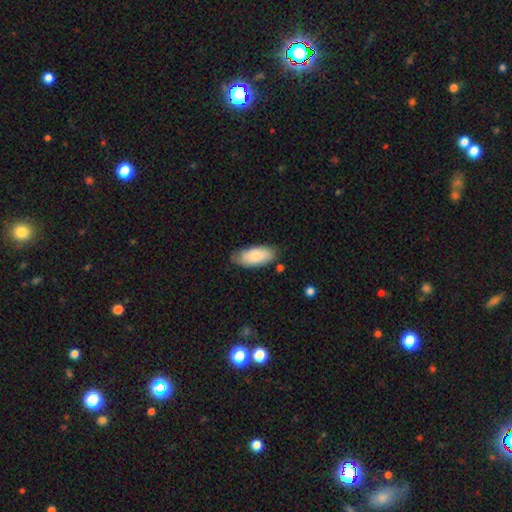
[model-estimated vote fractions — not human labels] The model was most divided on "merging": none: 74%, minor disturbance: 20%, major disturbance: 3%, merger: 3%. More confident: how rounded — in between (89%); smooth or featured — smooth (82%).